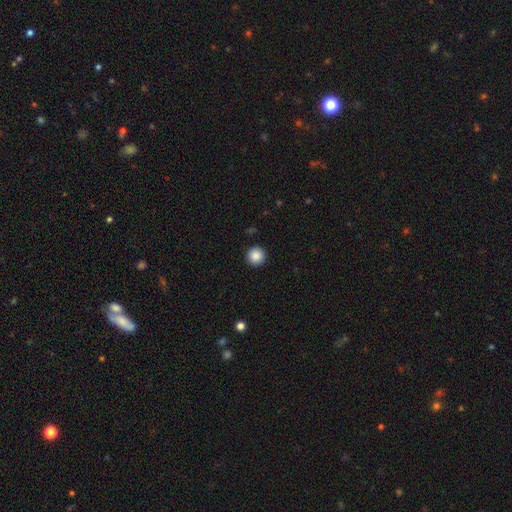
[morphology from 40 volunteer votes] smooth-or-featured: smooth: 88% | star or artifact: 12% | featured or disk: 0%
  how-rounded: round: 100% | in between: 0% | cigar-shaped: 0%
  merging: none: 97% | minor disturbance: 3% | major disturbance: 0% | merger: 0%